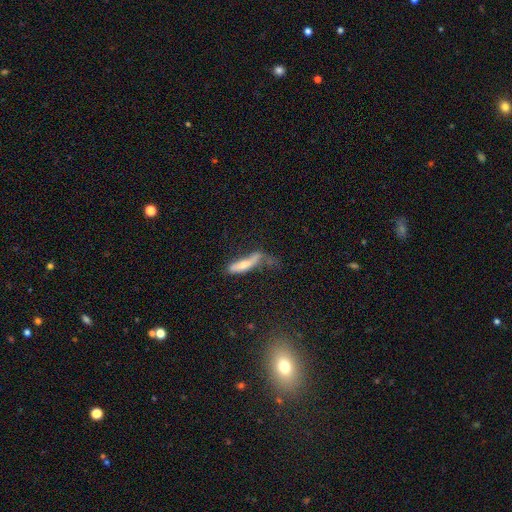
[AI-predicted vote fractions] Morphology: type=featured or disk (48%); merging=none (46%).